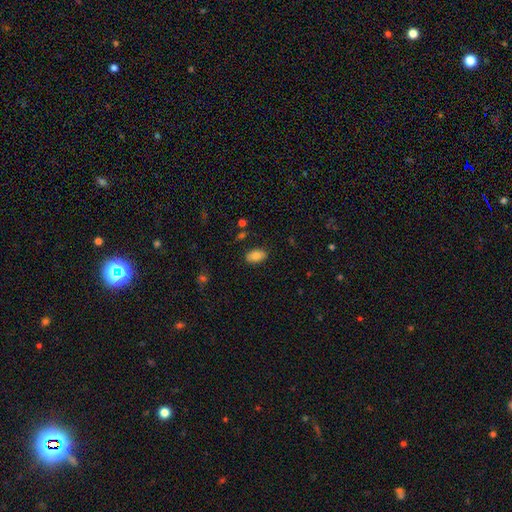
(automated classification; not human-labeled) A smooth galaxy with no disk features (82%) that is in between round and cigar-shaped (92%). Merging: none (85%).